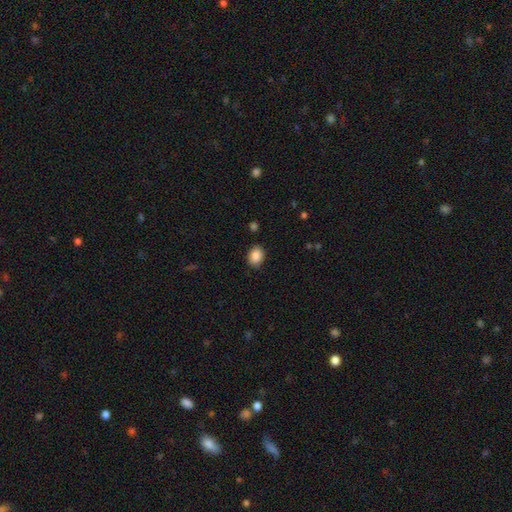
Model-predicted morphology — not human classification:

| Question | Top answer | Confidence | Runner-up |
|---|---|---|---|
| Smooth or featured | smooth | 87% | star or artifact (8%) |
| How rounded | in between | 54% | round (45%) |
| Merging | none | 85% | minor disturbance (12%) |